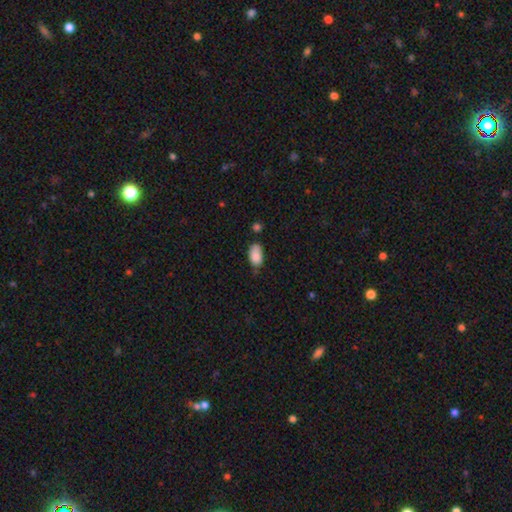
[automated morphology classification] This appears to be a smooth galaxy with no disk features (87%) that is in between round and cigar-shaped (93%). Merging: none (58%).